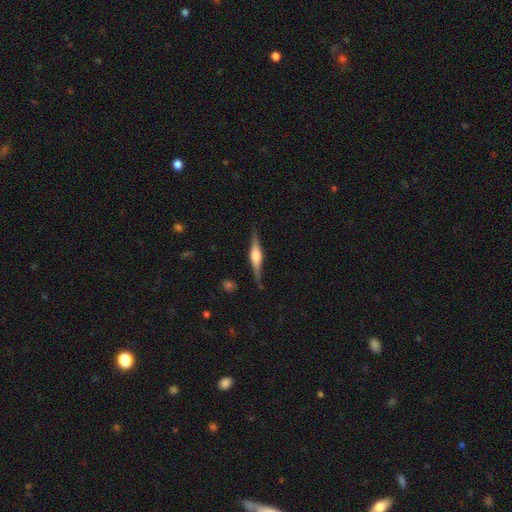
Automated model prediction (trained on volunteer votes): smooth_or_featured: featured or disk (p=0.73) [alt: smooth p=0.21]
disk_edge_on: yes (p=0.97) [alt: no p=0.03]
edge_on_bulge: rounded (p=0.74) [alt: boxy p=0.22]
merging: none (p=0.85) [alt: minor disturbance p=0.11]